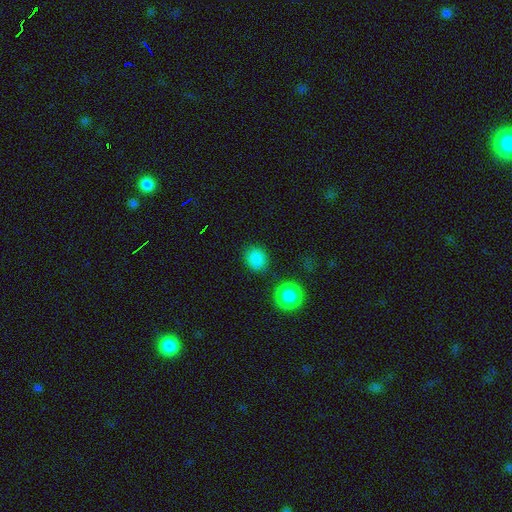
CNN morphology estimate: smooth-or-featured: smooth: 85% | star or artifact: 12% | featured or disk: 3%
  how-rounded: round: 76% | in between: 23% | cigar-shaped: 1%
  merging: none: 84% | minor disturbance: 9% | merger: 4% | major disturbance: 3%